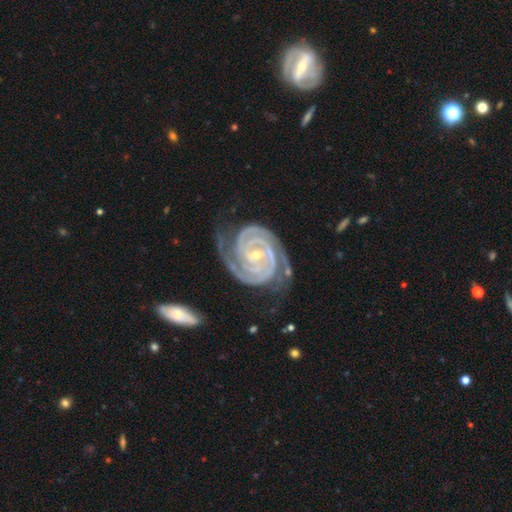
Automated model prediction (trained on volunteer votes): Smooth or featured?
  - featured or disk: 94% *
  - star or artifact: 4%
  - smooth: 2%
Edge-on disk?
  - no: 98% *
  - yes: 2%
Bar?
  - no: 41% *
  - weak: 33%
  - strong: 26%
Spiral arms?
  - yes: 99% *
  - no: 1%
Spiral winding?
  - tight: 84% *
  - medium: 14%
  - loose: 2%
Spiral arm count?
  - 2: 65% *
  - 3: 18%
  - 4: 5%
  - can't tell: 4%
  - more than 4: 3%
  - 1: 3%
Bulge size?
  - small: 70% *
  - moderate: 27%
  - none: 1%
  - large: 1%
  - dominant: 1%
Merging?
  - none: 70% *
  - minor disturbance: 20%
  - major disturbance: 7%
  - merger: 3%